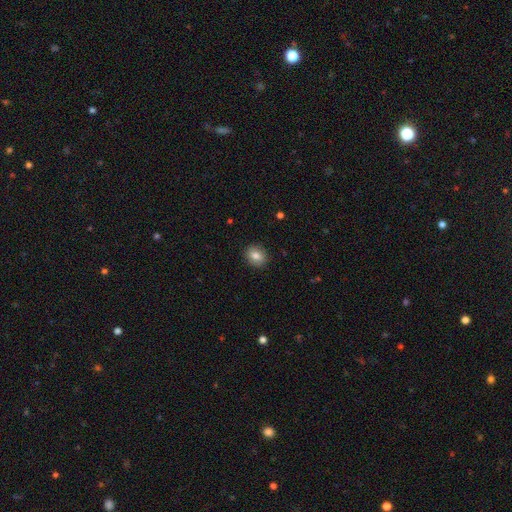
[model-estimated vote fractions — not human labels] Smooth or featured? Predicted: smooth (p=0.81). How rounded? Predicted: round (p=0.64). Merging? Predicted: none (p=0.90).